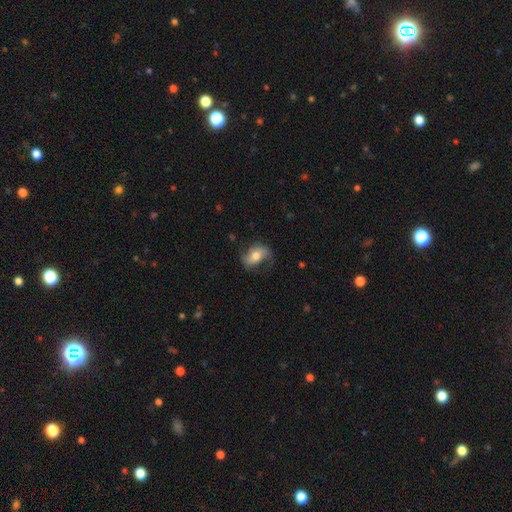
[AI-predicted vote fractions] A featured or disk galaxy (55%) with no bar (48%), spiral arms (84%) and a moderate central bulge (68%). Merging: none (62%).